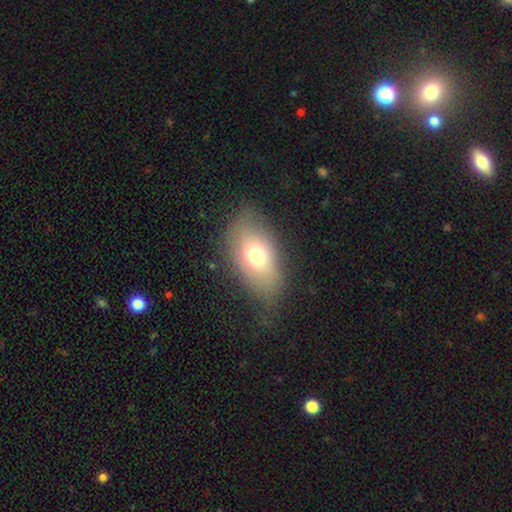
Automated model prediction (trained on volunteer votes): Smooth or featured?
  - smooth: 68% *
  - featured or disk: 21%
  - star or artifact: 10%
How rounded?
  - in between: 86% *
  - round: 12%
  - cigar-shaped: 3%
Merging?
  - none: 66% *
  - minor disturbance: 22%
  - major disturbance: 11%
  - merger: 1%